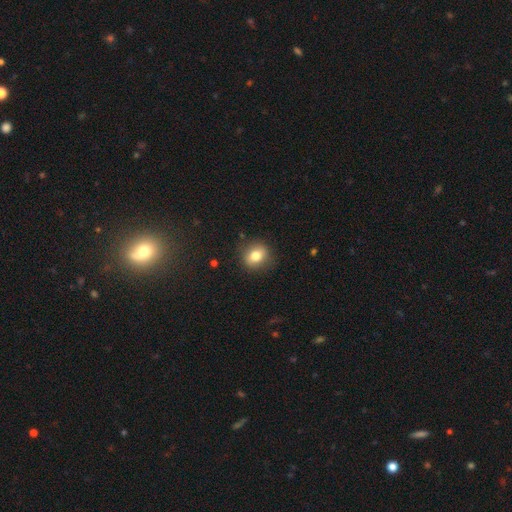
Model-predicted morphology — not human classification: Q: Smooth or featured?
A: smooth (78%); runner-up: featured or disk (13%)
Q: How rounded?
A: round (65%); runner-up: in between (34%)
Q: Merging?
A: none (85%); runner-up: minor disturbance (11%)